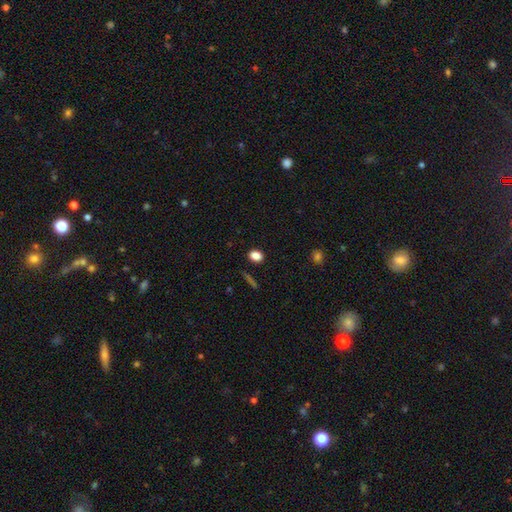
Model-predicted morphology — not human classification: Smooth or featured: smooth — 84% (star or artifact — 11%)
How rounded: in between — 63% (round — 35%)
Merging: none — 88% (minor disturbance — 8%)